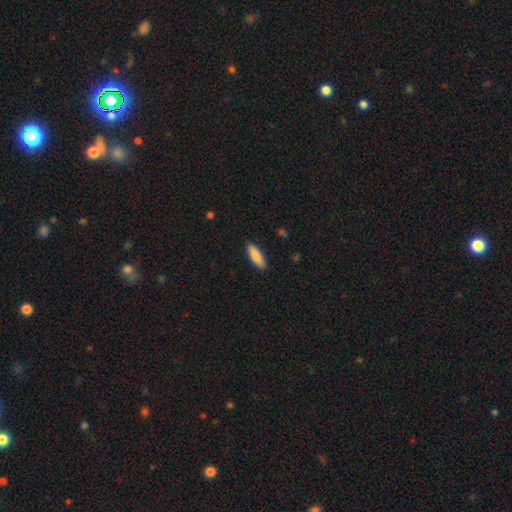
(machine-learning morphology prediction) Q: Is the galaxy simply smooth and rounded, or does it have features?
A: smooth — 87%.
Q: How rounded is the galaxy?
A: in between — 54%.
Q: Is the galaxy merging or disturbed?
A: none — 89%.